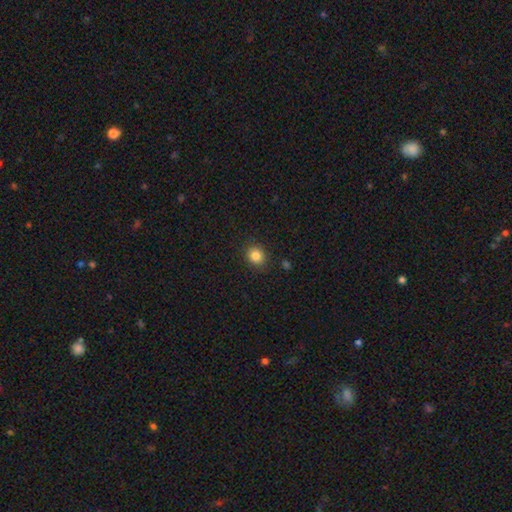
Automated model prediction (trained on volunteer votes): This is clearly a smooth galaxy (84%). How rounded: likely round (77%). Merging: clearly none (88%).